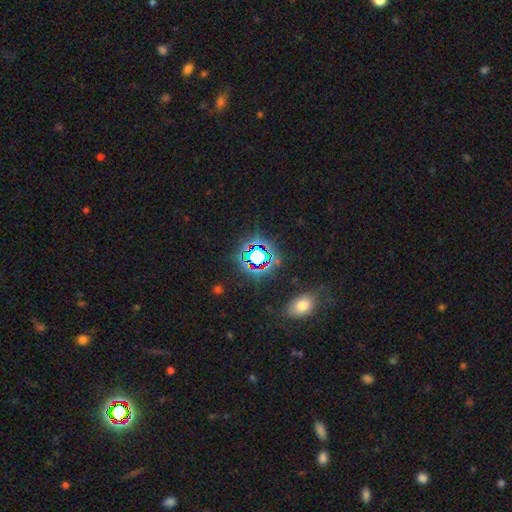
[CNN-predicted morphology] Q: Smooth or featured?
A: star or artifact (73%); runner-up: smooth (17%)